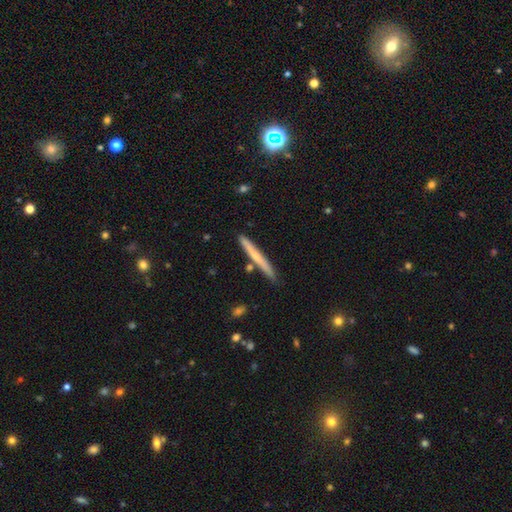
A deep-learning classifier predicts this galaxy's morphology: featured or disk 48%, smooth 46%, star or artifact 6%. Down the decision tree: merging — none (84%).